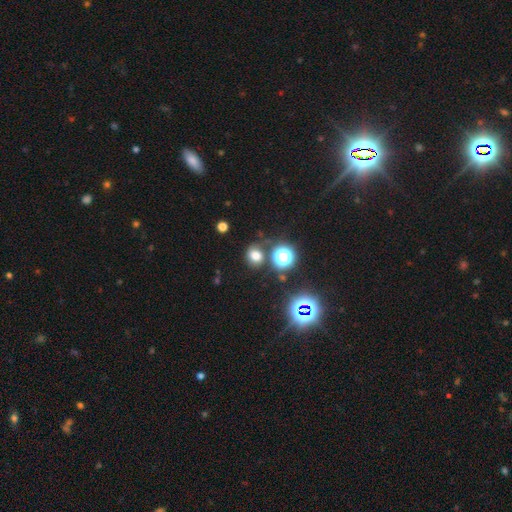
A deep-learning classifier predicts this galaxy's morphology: This is likely a smooth galaxy (67%). How rounded: likely round (70%). Merging: likely none (73%).